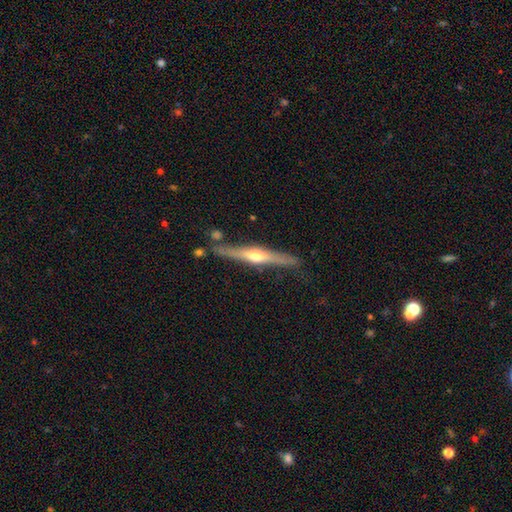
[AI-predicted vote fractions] Morphology: type=featured or disk (73%); edge-on=yes (96%); edge-on bulge=rounded (90%); merging=none (79%).